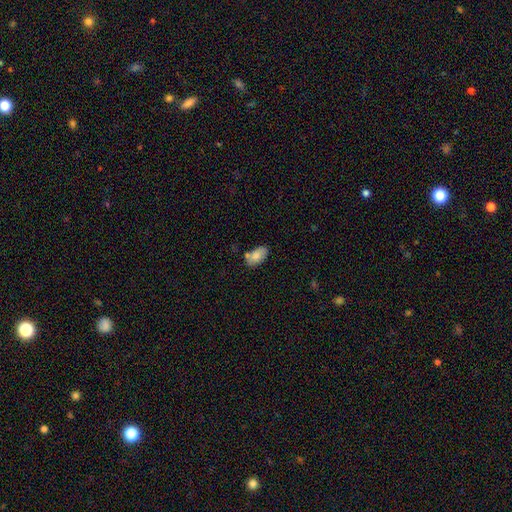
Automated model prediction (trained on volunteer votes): Smooth or featured? smooth (81%)
How rounded? in between (93%)
Merging? none (61%)